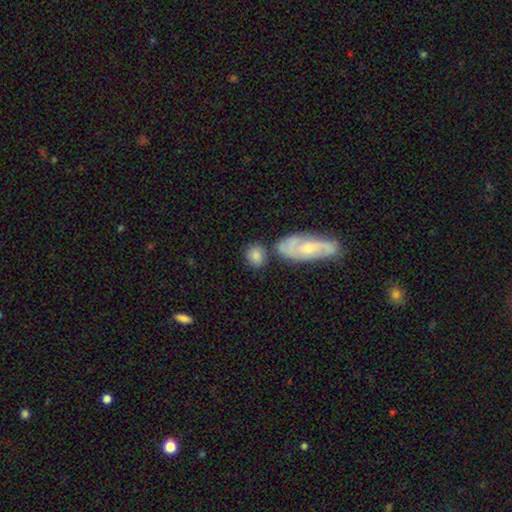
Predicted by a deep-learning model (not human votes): Smooth or featured? smooth (78%)
How rounded? round (56%)
Merging? none (60%)